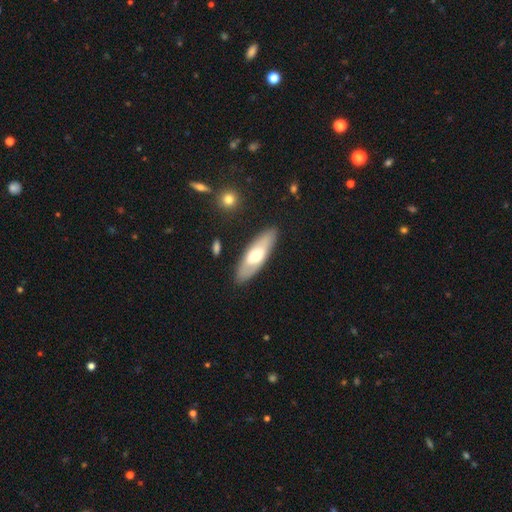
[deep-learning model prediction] A smooth galaxy with no disk features (52%) that is in between round and cigar-shaped (61%). Merging: none (84%).